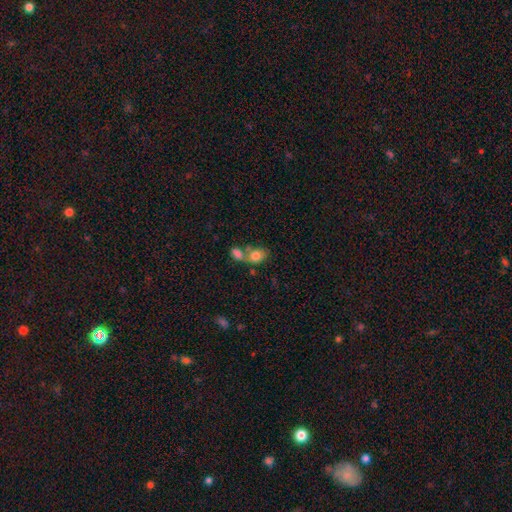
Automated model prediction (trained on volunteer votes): Overall: smooth (79%). How rounded: in between (70%). Merging: merger (58%; none 28%).